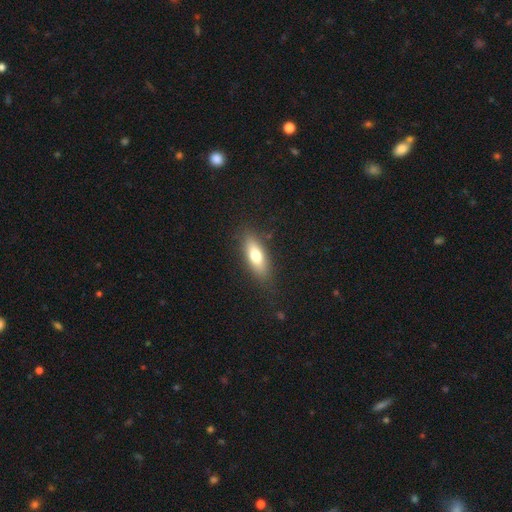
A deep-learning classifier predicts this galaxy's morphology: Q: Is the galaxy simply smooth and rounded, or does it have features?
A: smooth — 70%.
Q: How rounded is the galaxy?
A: in between — 63%.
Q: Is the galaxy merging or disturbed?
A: none — 84%.